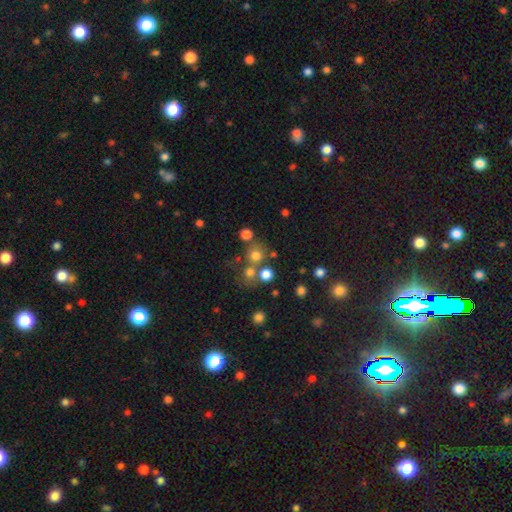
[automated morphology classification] Smooth or featured? smooth (71%)
How rounded? round (90%)
Merging? none (64%)